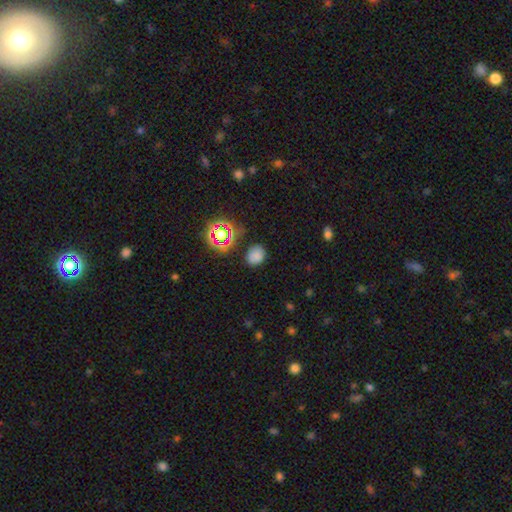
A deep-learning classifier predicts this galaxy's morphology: This is likely a smooth galaxy (72%). How rounded: possibly round (55%). Merging: likely none (78%).